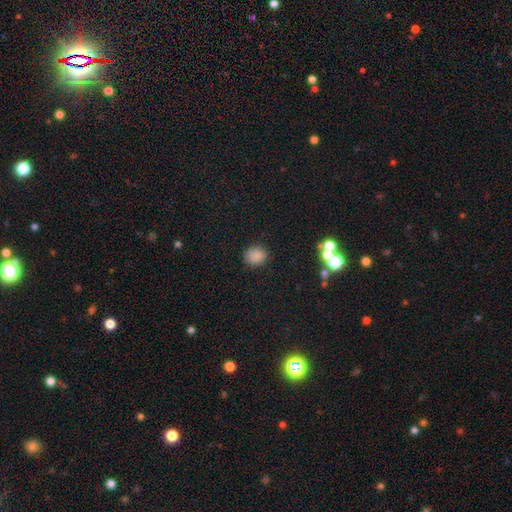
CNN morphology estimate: Smooth or featured: smooth — 83% (star or artifact — 12%)
How rounded: round — 73% (in between — 26%)
Merging: none — 86% (minor disturbance — 9%)